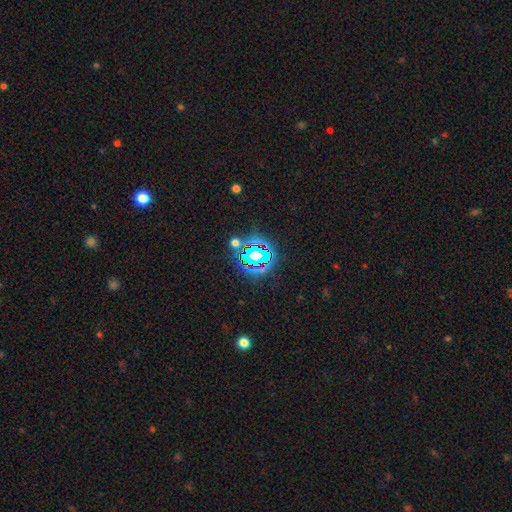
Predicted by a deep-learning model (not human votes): Morphology: type=star or artifact (70%).